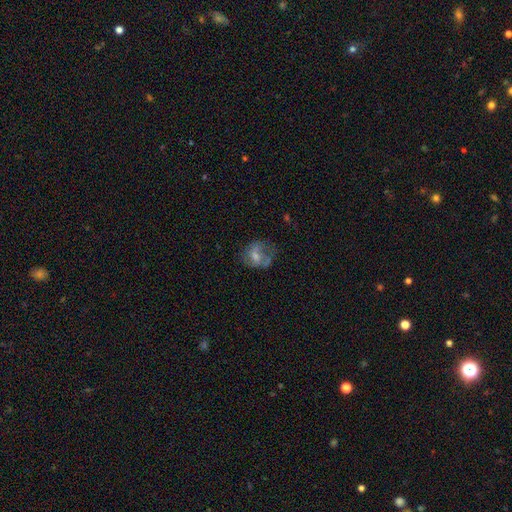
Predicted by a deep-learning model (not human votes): smooth_or_featured: featured or disk (p=0.49) [alt: smooth p=0.35]
merging: none (p=0.46) [alt: major disturbance p=0.26]